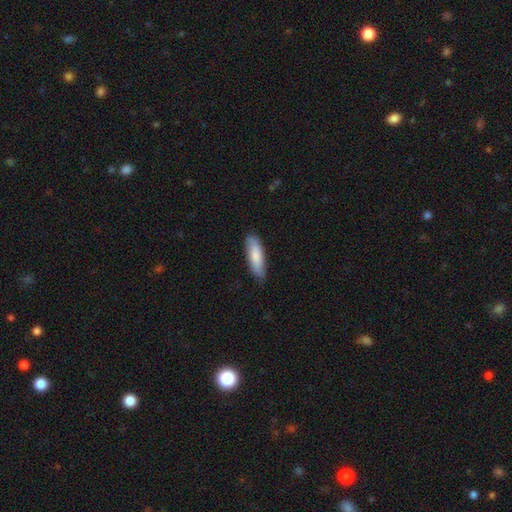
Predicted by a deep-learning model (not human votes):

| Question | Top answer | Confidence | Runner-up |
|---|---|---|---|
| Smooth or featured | smooth | 82% | featured or disk (13%) |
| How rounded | cigar-shaped | 50% | in between (48%) |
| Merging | none | 81% | minor disturbance (16%) |